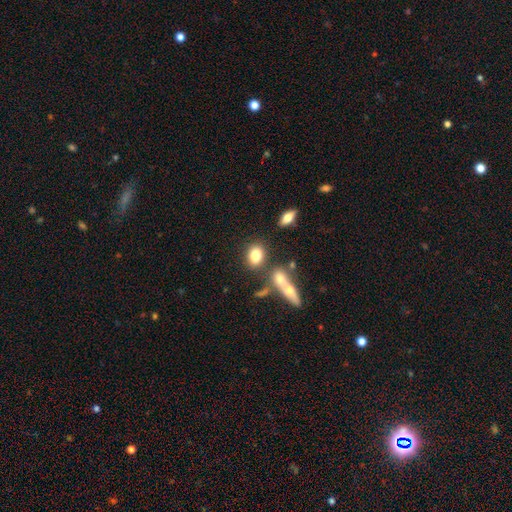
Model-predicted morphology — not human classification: A smooth galaxy with no disk features (79%) that is in between round and cigar-shaped (64%). Merging: none (69%).